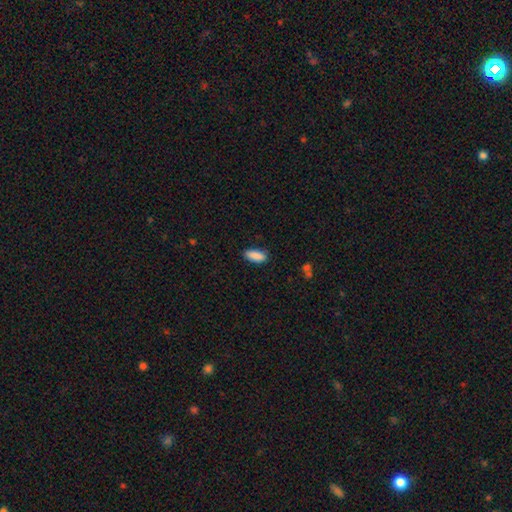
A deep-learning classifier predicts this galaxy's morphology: The model was most divided on "how rounded": in between: 76%, cigar-shaped: 22%, round: 2%. More confident: smooth or featured — smooth (89%); merging — none (85%).